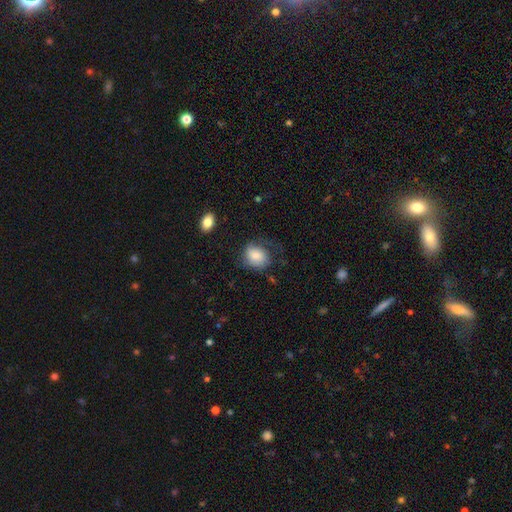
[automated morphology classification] type=smooth (74%); roundness=in between (52%); merging=none (50%).